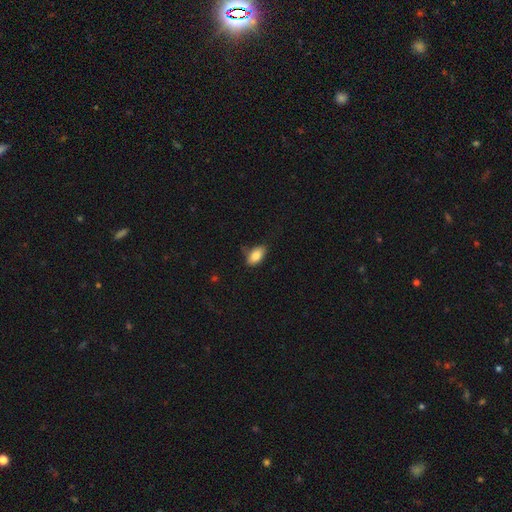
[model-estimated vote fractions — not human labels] smooth 85%, featured or disk 8%, star or artifact 7%. Down the decision tree: how rounded — in between (92%); merging — none (67%).